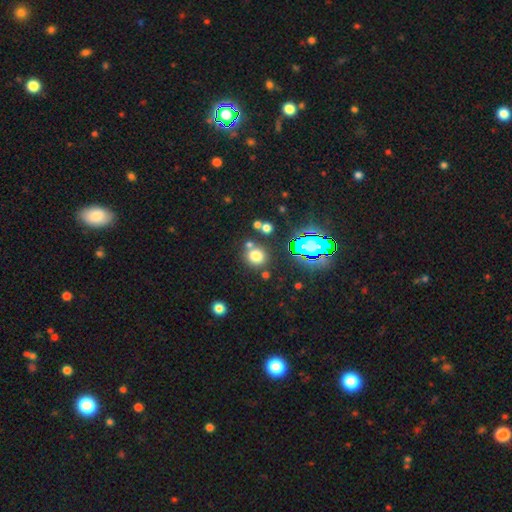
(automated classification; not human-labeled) A smooth galaxy with no disk features (71%) that is round (85%). Merging: none (72%).